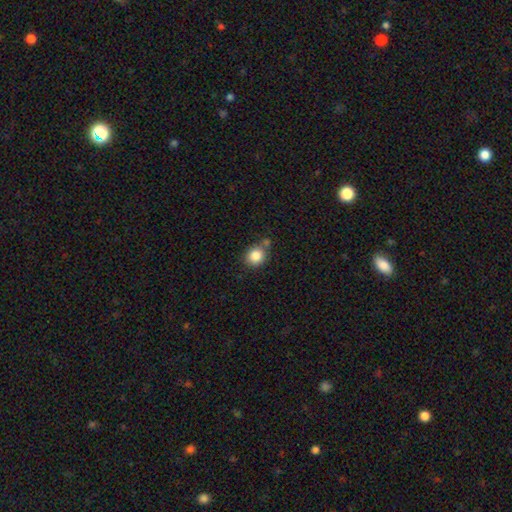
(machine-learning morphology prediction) The model was most divided on "merging": none: 64%, merger: 17%, minor disturbance: 15%, major disturbance: 4%. More confident: smooth or featured — smooth (84%); how rounded — round (75%).